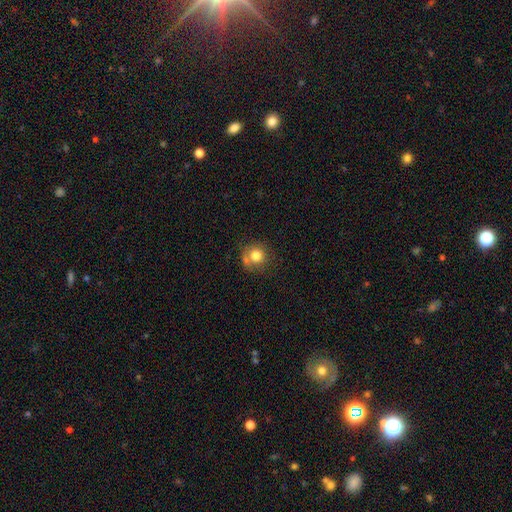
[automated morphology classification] smooth 77%, featured or disk 12%, star or artifact 11%. Down the decision tree: how rounded — round (89%); merging — none (61%).